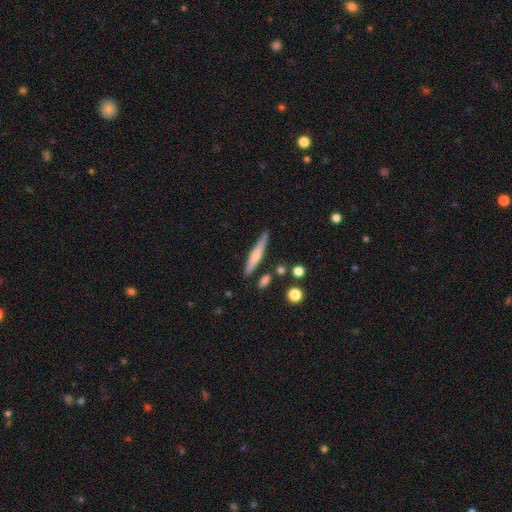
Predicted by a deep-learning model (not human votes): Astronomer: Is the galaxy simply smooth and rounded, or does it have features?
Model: smooth — 54% (runner-up: featured or disk, 40%).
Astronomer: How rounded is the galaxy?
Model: cigar-shaped — 90%.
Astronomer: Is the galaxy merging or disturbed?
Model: none — 81%.